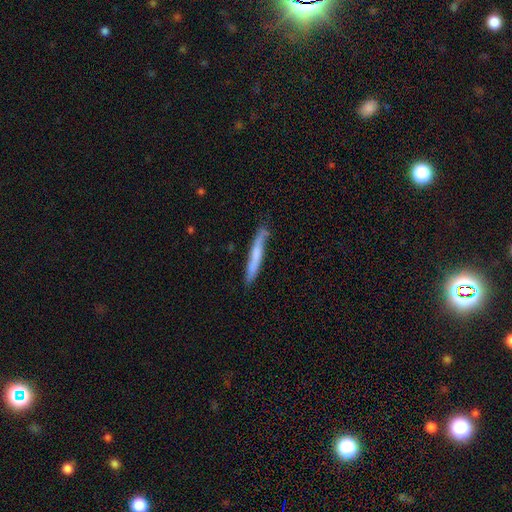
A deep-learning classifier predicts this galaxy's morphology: Smooth or featured: smooth — 58% (featured or disk — 37%)
How rounded: cigar-shaped — 95% (in between — 3%)
Merging: none — 73% (minor disturbance — 21%)